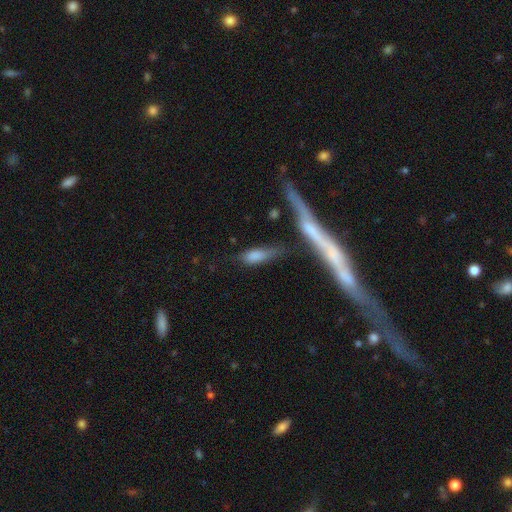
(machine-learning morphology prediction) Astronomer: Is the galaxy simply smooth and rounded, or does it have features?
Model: smooth — 73%.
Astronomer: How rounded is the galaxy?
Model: in between — 52% (runner-up: cigar-shaped, 44%).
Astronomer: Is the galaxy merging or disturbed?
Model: none — 41% (runner-up: minor disturbance, 26%).